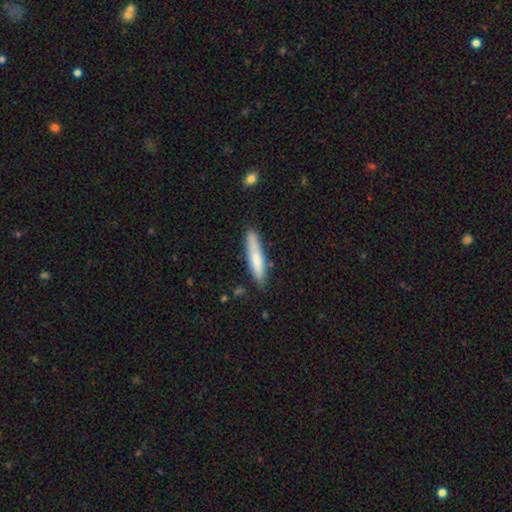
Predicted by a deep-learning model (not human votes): Smooth or featured: smooth — 73% (featured or disk — 21%)
How rounded: cigar-shaped — 88% (in between — 11%)
Merging: none — 84% (minor disturbance — 12%)